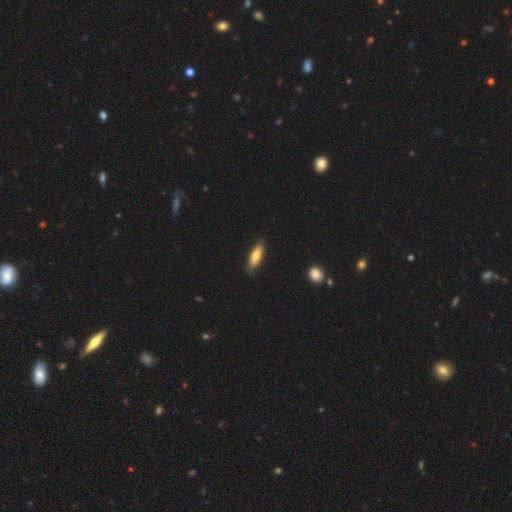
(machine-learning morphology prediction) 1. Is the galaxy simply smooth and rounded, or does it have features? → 74% smooth, 20% featured or disk, 6% star or artifact.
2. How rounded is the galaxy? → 56% cigar-shaped, 42% in between, 2% round.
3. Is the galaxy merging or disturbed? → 84% none, 12% minor disturbance, 2% major disturbance, 1% merger.